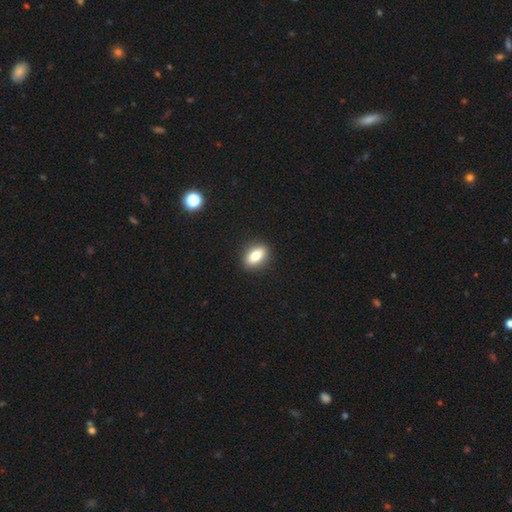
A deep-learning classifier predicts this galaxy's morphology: Smooth or featured? Predicted: smooth (p=0.79). How rounded? Predicted: in between (p=0.81). Merging? Predicted: none (p=0.90).